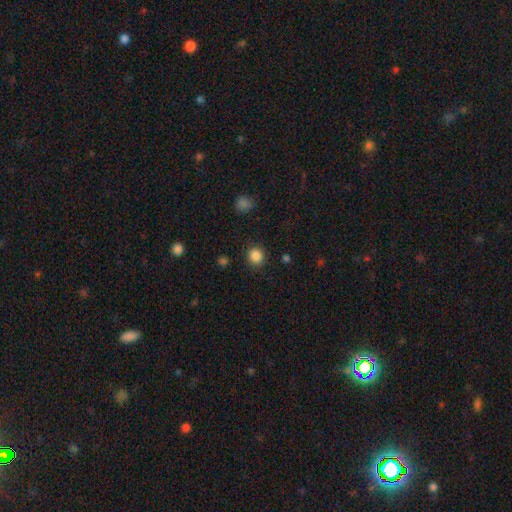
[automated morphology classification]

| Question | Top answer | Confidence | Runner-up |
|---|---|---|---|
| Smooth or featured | smooth | 86% | star or artifact (11%) |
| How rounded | round | 91% | in between (8%) |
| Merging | none | 89% | minor disturbance (7%) |